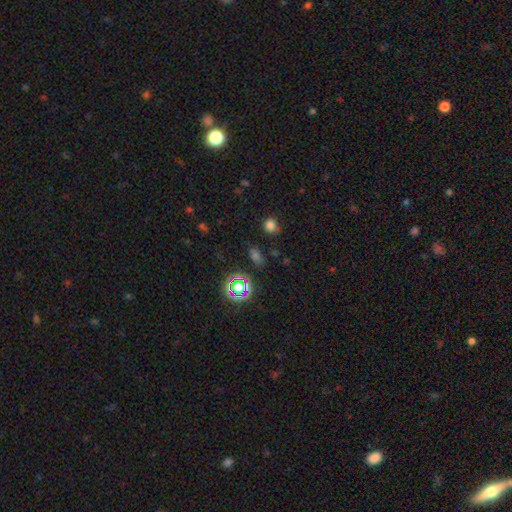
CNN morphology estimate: smooth_or_featured: smooth (p=0.57) [alt: star or artifact p=0.36]
how_rounded: in between (p=0.49) [alt: round p=0.47]
merging: none (p=0.82) [alt: minor disturbance p=0.10]